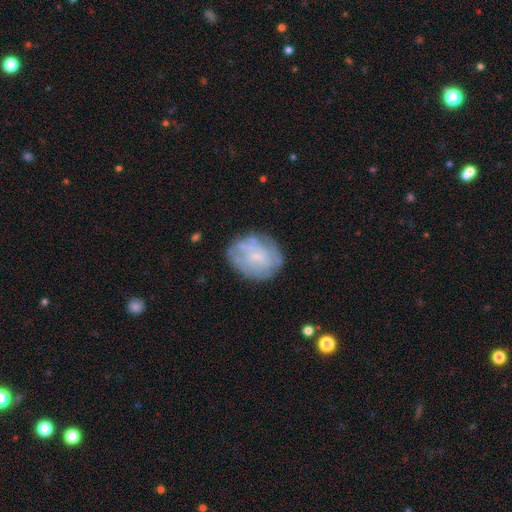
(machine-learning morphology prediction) The model was most divided on "spiral arms": yes: 57%, no: 43%. More confident: edge-on disk — no (97%); bulge size — small (71%); merging — none (71%); bar — no (67%); smooth or featured — featured or disk (57%).